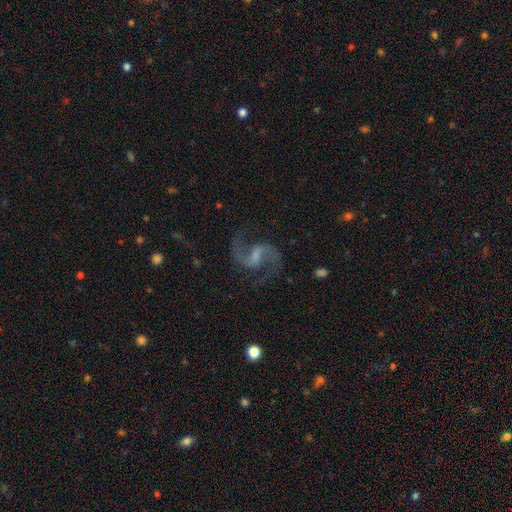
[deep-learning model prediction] Smooth or featured? featured or disk (91%)
Edge-on disk? no (98%)
Bar? weak (54%)
Spiral arms? yes (98%)
Spiral winding? medium (54%)
Spiral arm count? 2 (94%)
Bulge size? small (40%)
Merging? none (79%)